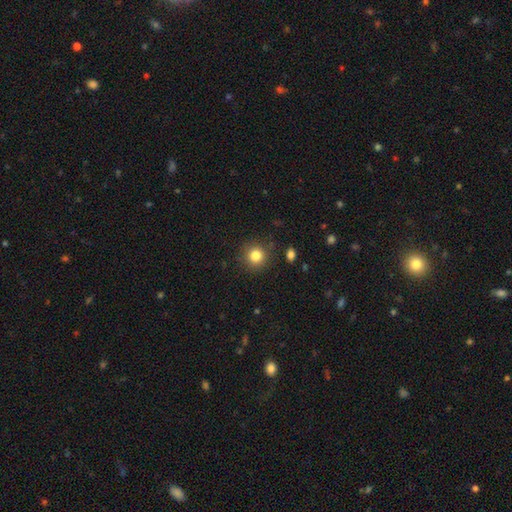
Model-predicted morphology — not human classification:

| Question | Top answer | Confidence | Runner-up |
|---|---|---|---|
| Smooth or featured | smooth | 83% | star or artifact (11%) |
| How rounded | round | 92% | in between (7%) |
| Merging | none | 88% | minor disturbance (8%) |